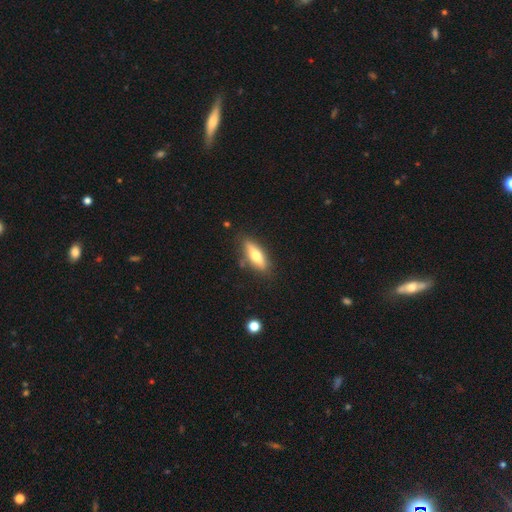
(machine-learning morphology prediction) Smooth or featured? Predicted: smooth (p=0.57). How rounded? Predicted: in between (p=0.51). Merging? Predicted: none (p=0.80).